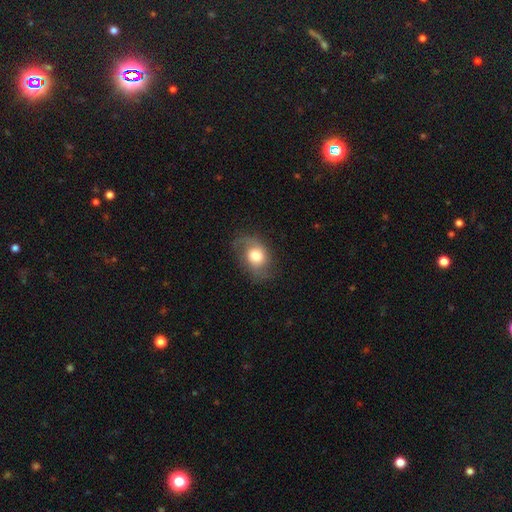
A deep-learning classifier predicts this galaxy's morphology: This appears to be a featured or disk galaxy (49%). Merging: none (66%).